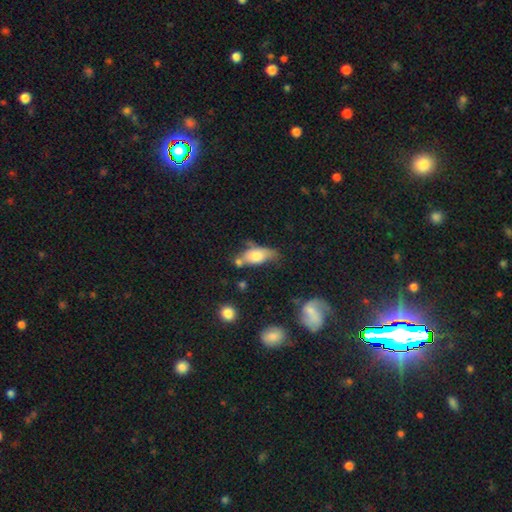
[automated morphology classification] smooth 68%, featured or disk 23%, star or artifact 8%. Down the decision tree: how rounded — in between (84%); merging — none (35%).